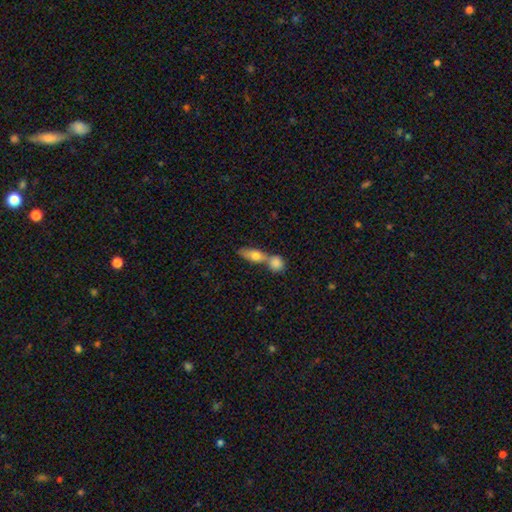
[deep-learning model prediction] Smooth or featured: smooth — 74% (featured or disk — 19%)
How rounded: in between — 64% (cigar-shaped — 22%)
Merging: merger — 59% (none — 31%)